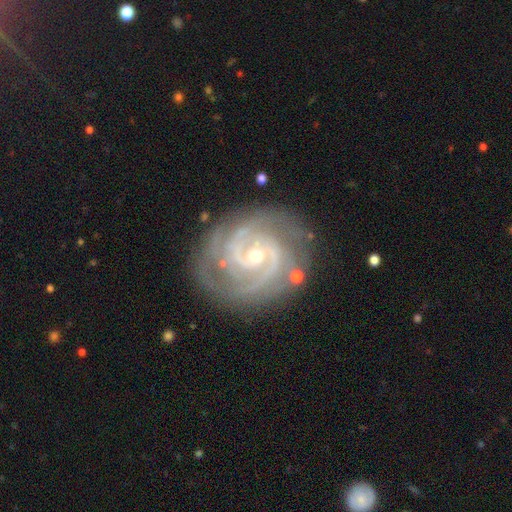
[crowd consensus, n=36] A featured or disk galaxy (100%) with no bar (69%), 2 (58%) tight (78%) spiral arms (100%) and a small central bulge (61%). Merging: none (78%).